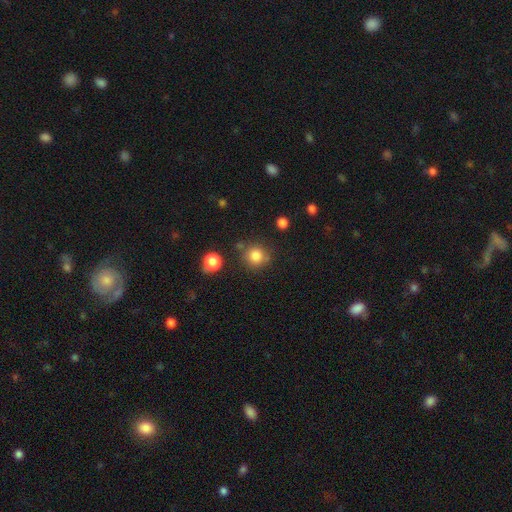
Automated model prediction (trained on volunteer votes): Q: Smooth or featured?
A: smooth (83%); runner-up: star or artifact (12%)
Q: How rounded?
A: round (91%); runner-up: in between (8%)
Q: Merging?
A: none (78%); runner-up: minor disturbance (12%)